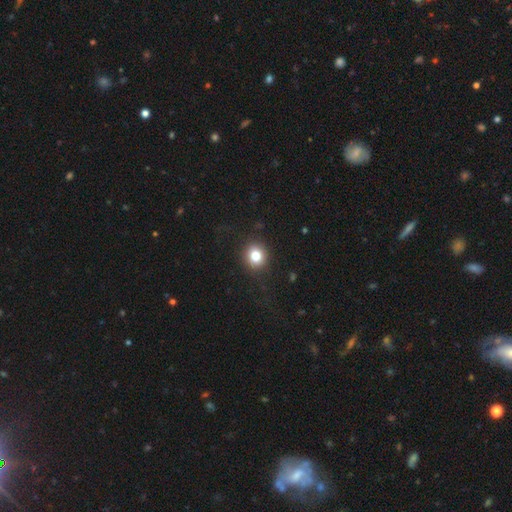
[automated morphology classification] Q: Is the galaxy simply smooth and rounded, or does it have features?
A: smooth — 81%.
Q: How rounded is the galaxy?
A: round — 83%.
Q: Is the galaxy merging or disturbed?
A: none — 88%.